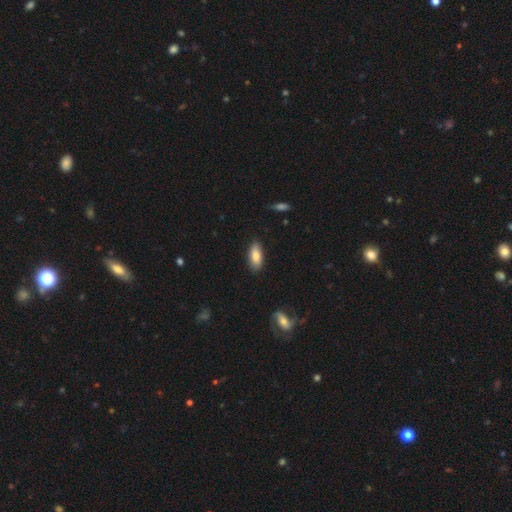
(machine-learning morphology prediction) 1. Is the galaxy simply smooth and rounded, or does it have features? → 83% smooth, 10% featured or disk, 6% star or artifact.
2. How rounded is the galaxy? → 82% in between, 16% cigar-shaped, 2% round.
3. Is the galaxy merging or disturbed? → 84% none, 12% minor disturbance, 2% major disturbance, 1% merger.